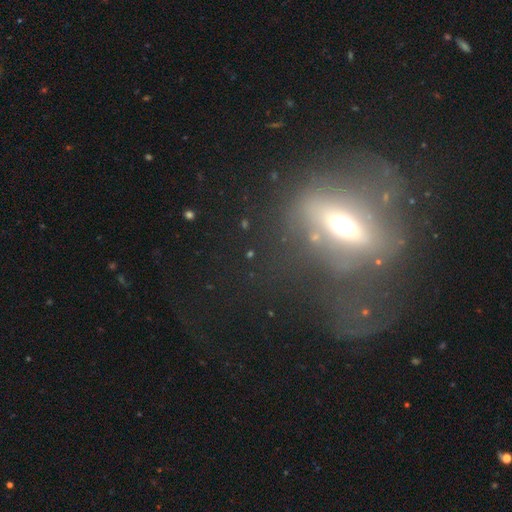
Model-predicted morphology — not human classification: A featured or disk galaxy (65%). Merging: none (42%).